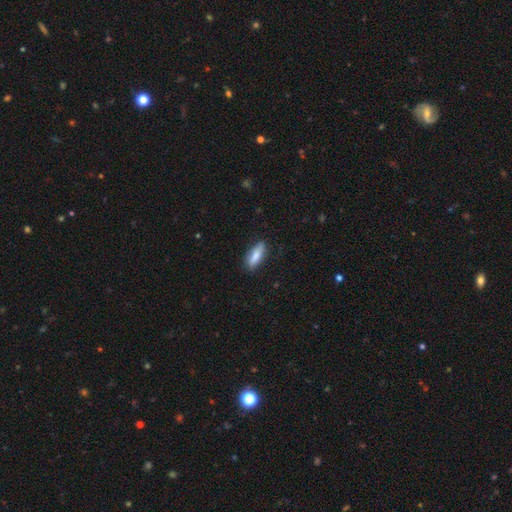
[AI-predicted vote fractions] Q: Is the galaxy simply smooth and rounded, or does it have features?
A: smooth — 74%.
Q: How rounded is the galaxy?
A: in between — 59%.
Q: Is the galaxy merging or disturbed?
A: none — 83%.